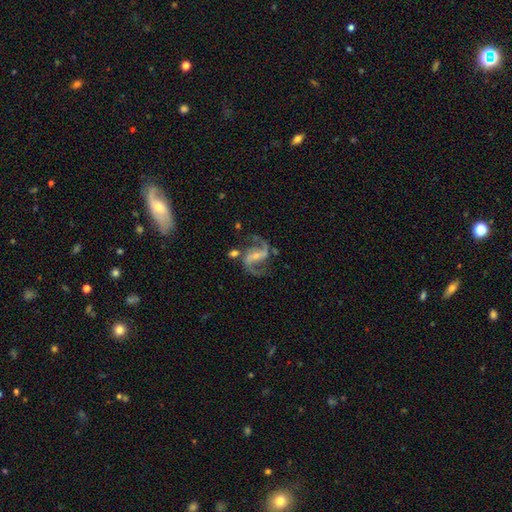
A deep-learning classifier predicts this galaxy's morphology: featured or disk 91%, star or artifact 5%, smooth 4%. Down the decision tree: edge-on disk — no (98%); bar — strong (47%); spiral arms — yes (98%); spiral arm count — 2 (93%); spiral winding — medium (48%); bulge size — small (63%); merging — none (68%).